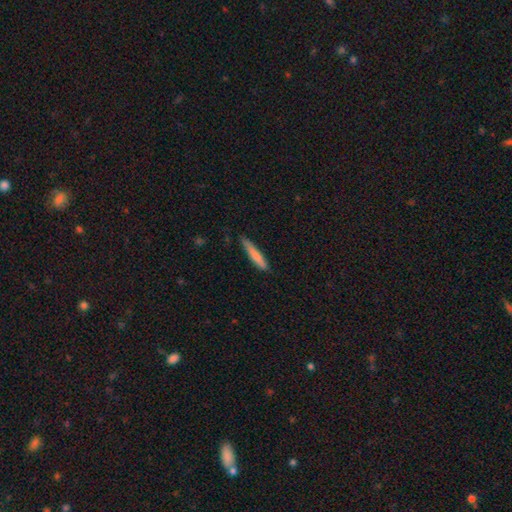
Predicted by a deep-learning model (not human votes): This appears to be a smooth galaxy with no disk features (77%) that is cigar-shaped (93%). Merging: none (78%).